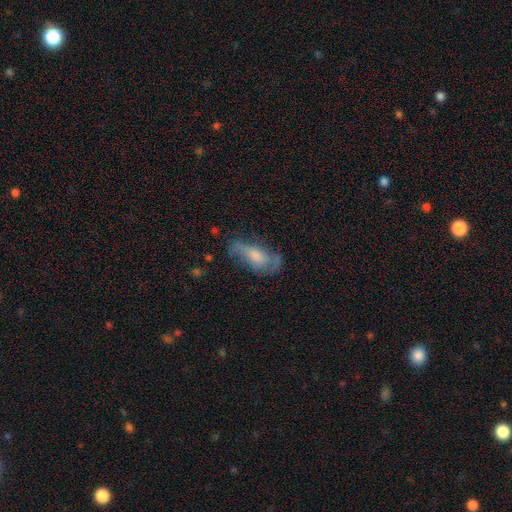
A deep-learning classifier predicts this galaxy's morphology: Smooth or featured: featured or disk — 54% (smooth — 37%)
Edge-on disk: no — 84% (yes — 16%)
Merging: none — 50% (minor disturbance — 28%)